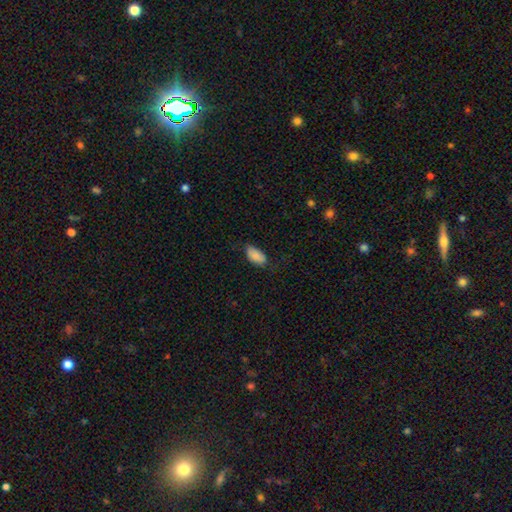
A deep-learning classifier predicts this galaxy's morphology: A smooth galaxy with no disk features (85%) that is in between round and cigar-shaped (94%).

Vote fractions:
- Smooth or featured? smooth: 85% / featured or disk: 8% / star or artifact: 7%
- How rounded? in between: 94% / cigar-shaped: 3% / round: 3%
- Merging? none: 66% / minor disturbance: 27% / major disturbance: 6% / merger: 1%